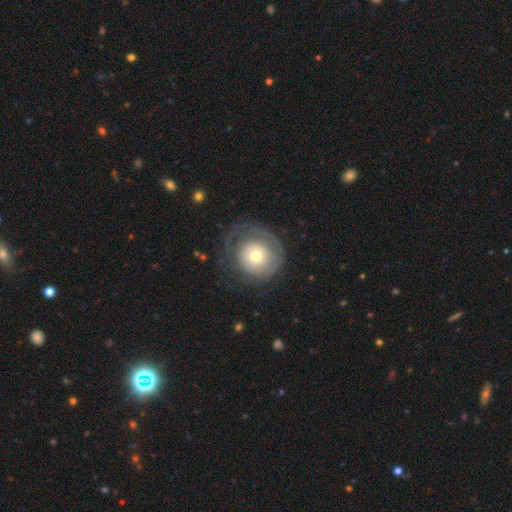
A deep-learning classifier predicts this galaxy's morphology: Overall: featured or disk (49%; smooth 44%). Merging: none (56%; major disturbance 23%).